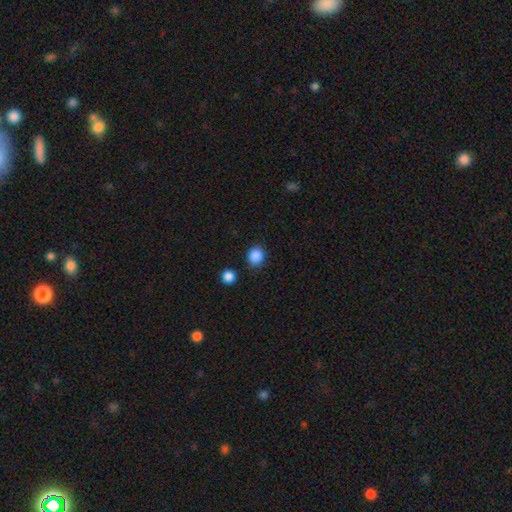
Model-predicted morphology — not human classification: The model was most divided on "how rounded": round: 74%, in between: 25%, cigar-shaped: 1%. More confident: smooth or featured — smooth (87%); merging — none (85%).